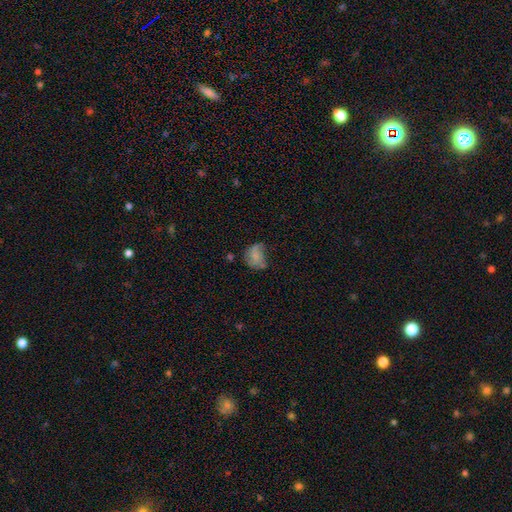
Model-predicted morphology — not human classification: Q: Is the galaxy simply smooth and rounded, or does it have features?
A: smooth — 60%.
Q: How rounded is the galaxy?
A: in between — 52%.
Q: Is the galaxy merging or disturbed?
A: none — 39%.